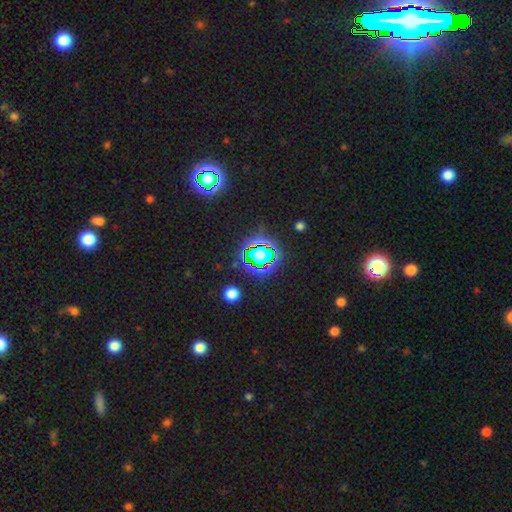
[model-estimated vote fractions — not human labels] Smooth or featured? star or artifact (80%)